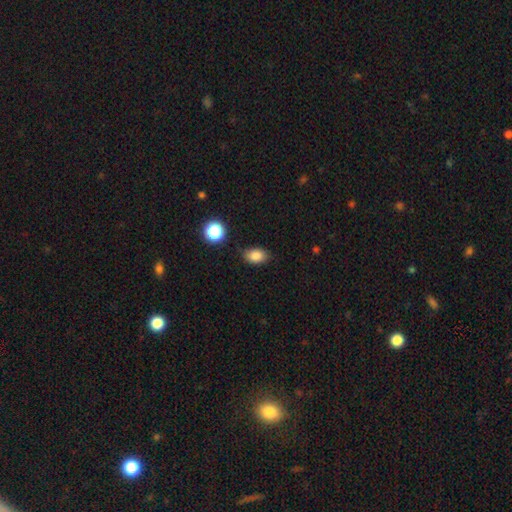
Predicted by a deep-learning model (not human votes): This is clearly a smooth galaxy (84%). How rounded: clearly in between (84%). Merging: likely none (80%).